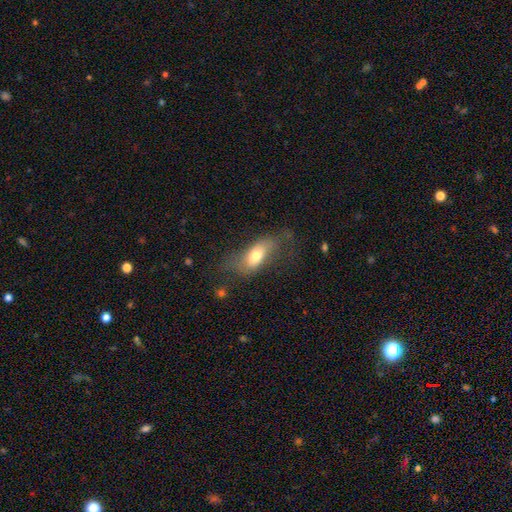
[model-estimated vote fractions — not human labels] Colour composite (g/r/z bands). It shows a smooth galaxy with no disk features (63%) that is in between round and cigar-shaped (82%). Merging: none (47%).